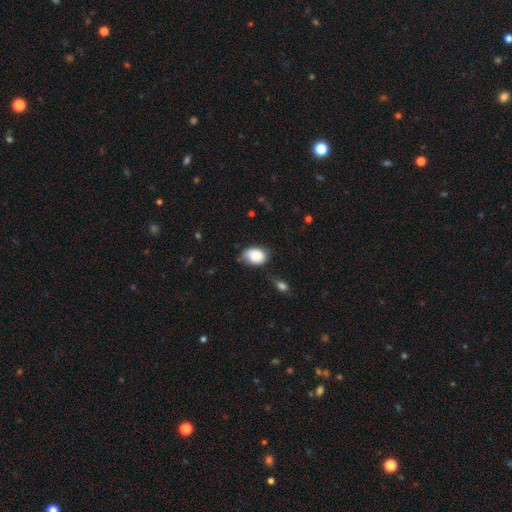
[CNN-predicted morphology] The model was most divided on "merging": none: 55%, minor disturbance: 32%, major disturbance: 8%, merger: 4%. More confident: smooth or featured — smooth (85%); how rounded — in between (81%).